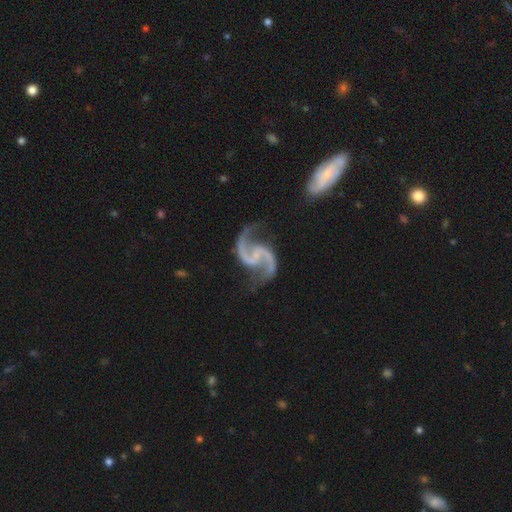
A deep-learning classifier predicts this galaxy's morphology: smooth_or_featured: featured or disk (p=0.94) [alt: star or artifact p=0.04]
disk_edge_on: no (p=0.98) [alt: yes p=0.02]
bar: weak (p=0.42) [tied with: no p=0.42]
has_spiral_arms: yes (p=0.98) [alt: no p=0.02]
spiral_winding: loose (p=0.55) [alt: medium p=0.39]
spiral_arm_count: 2 (p=0.95) [alt: 1 p=0.01]
bulge_size: none (p=0.49) [alt: small p=0.42]
merging: none (p=0.72) [alt: minor disturbance p=0.16]